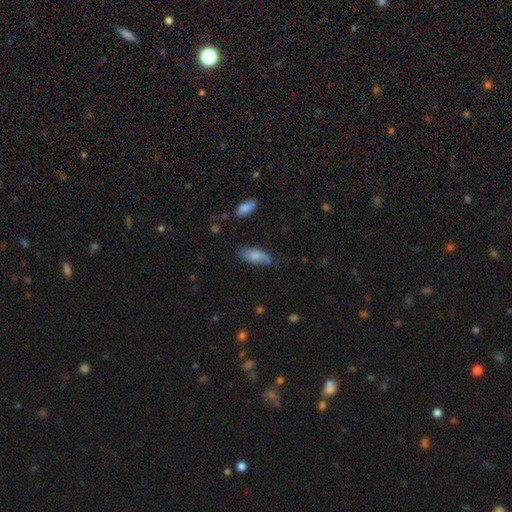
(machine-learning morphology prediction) Smooth or featured? smooth (76%)
How rounded? in between (86%)
Merging? none (68%)